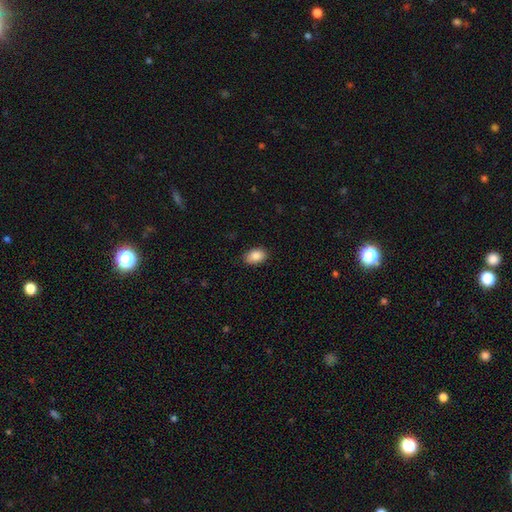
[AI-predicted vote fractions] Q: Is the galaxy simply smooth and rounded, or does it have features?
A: smooth — 87%.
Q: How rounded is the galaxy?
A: in between — 86%.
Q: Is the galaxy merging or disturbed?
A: none — 86%.